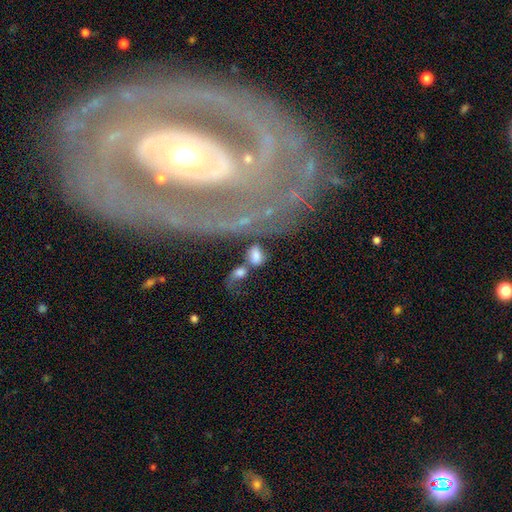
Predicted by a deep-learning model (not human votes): Q: Smooth or featured?
A: smooth (68%); runner-up: featured or disk (21%)
Q: How rounded?
A: in between (78%); runner-up: round (17%)
Q: Merging?
A: none (42%); runner-up: merger (29%)